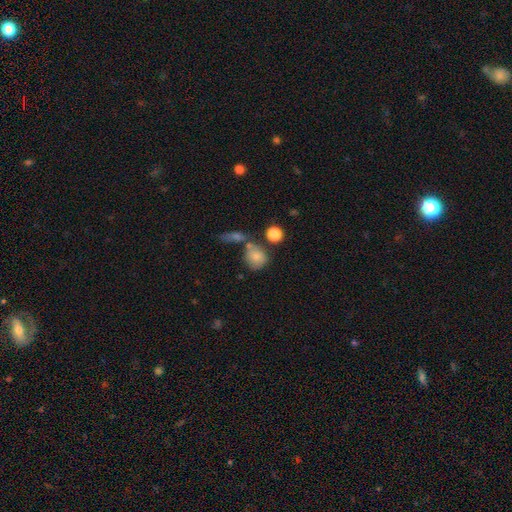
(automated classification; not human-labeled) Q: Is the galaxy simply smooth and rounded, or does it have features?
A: smooth — 79%.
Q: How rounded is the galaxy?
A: round — 74%.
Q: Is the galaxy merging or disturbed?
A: none — 52%.